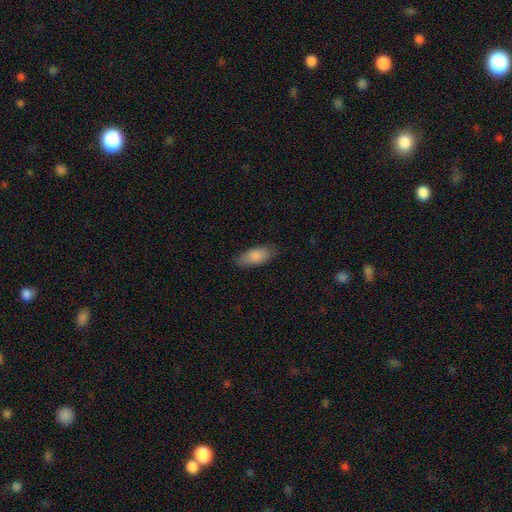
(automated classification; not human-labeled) smooth_or_featured: smooth (p=0.86) [alt: featured or disk p=0.08]
how_rounded: in between (p=0.87) [alt: cigar-shaped p=0.11]
merging: none (p=0.80) [alt: minor disturbance p=0.16]